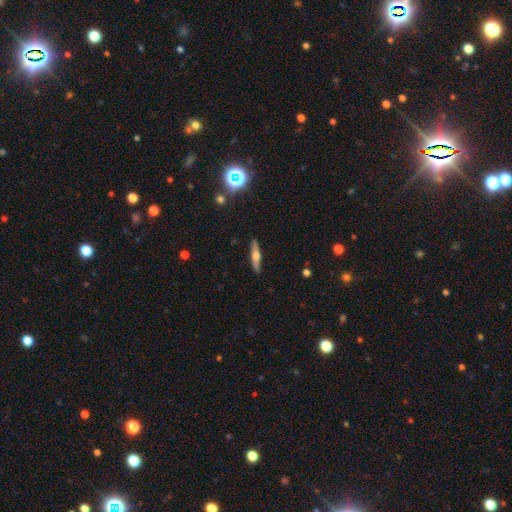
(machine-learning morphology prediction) Q: Smooth or featured?
A: featured or disk (57%); runner-up: smooth (36%)
Q: Edge-on disk?
A: yes (94%); runner-up: no (6%)
Q: Edge-on bulge?
A: rounded (89%); runner-up: boxy (7%)
Q: Merging?
A: none (89%); runner-up: minor disturbance (8%)